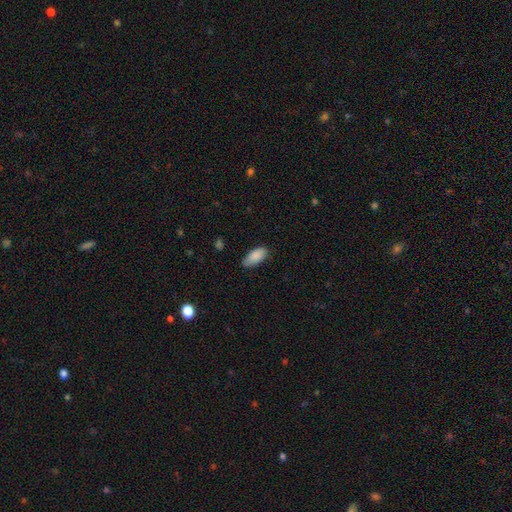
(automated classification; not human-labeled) A smooth galaxy with no disk features (89%) that is in between round and cigar-shaped (91%).

Vote fractions:
- Smooth or featured? smooth: 89% / star or artifact: 6% / featured or disk: 5%
- How rounded? in between: 91% / cigar-shaped: 7% / round: 2%
- Merging? none: 77% / minor disturbance: 19% / major disturbance: 3% / merger: 1%